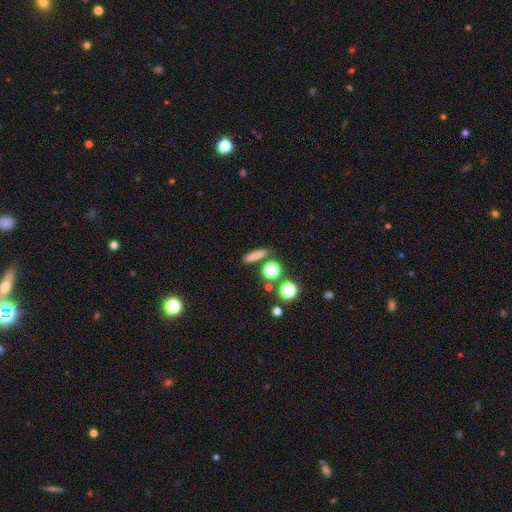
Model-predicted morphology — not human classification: smooth 77%, star or artifact 13%, featured or disk 10%. Down the decision tree: how rounded — cigar-shaped (68%); merging — none (83%).